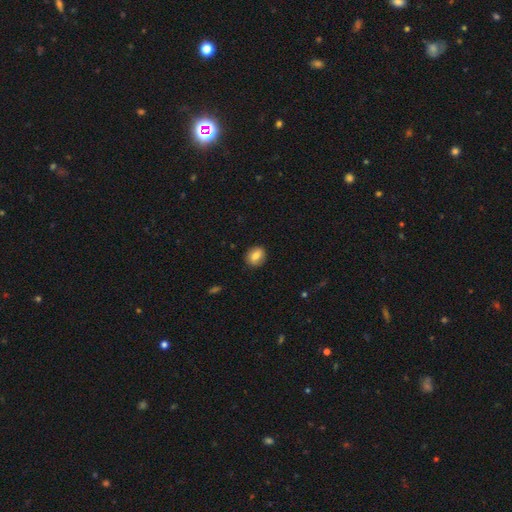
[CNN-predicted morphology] smooth 77%, featured or disk 15%, star or artifact 8%. Down the decision tree: how rounded — round (55%); merging — none (88%).